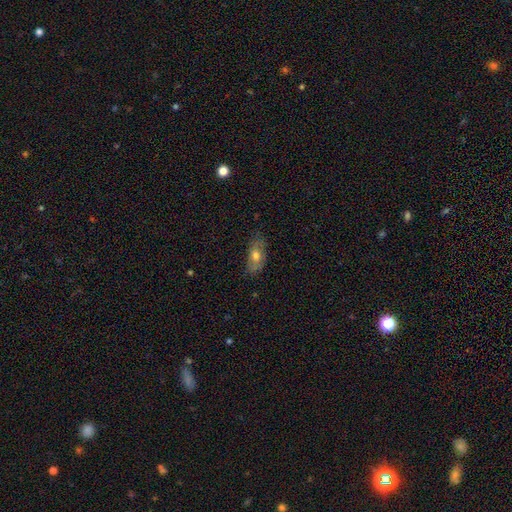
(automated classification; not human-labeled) Smooth or featured: smooth — 58% (featured or disk — 34%)
How rounded: in between — 85% (cigar-shaped — 8%)
Merging: none — 73% (minor disturbance — 21%)